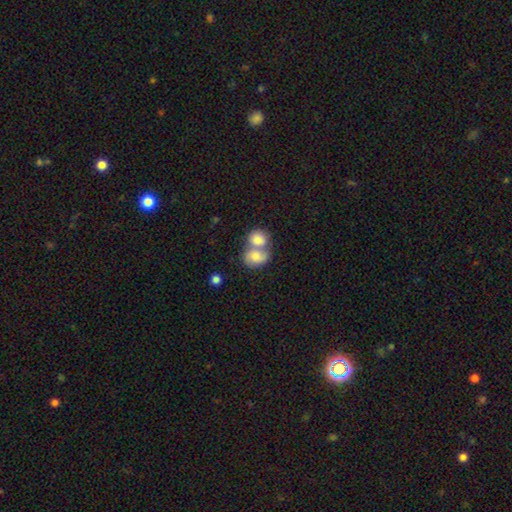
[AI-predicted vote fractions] smooth_or_featured: smooth (p=0.75) [alt: featured or disk p=0.17]
how_rounded: in between (p=0.58) [alt: round p=0.41]
merging: merger (p=0.72) [alt: none p=0.18]